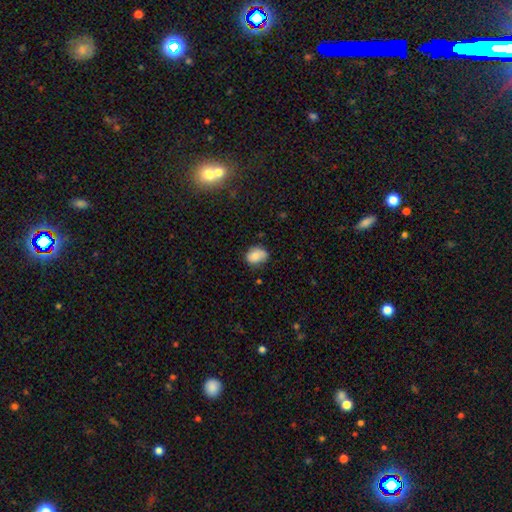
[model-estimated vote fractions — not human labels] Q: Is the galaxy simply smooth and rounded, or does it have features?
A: smooth — 77%.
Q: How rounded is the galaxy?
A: in between — 59%.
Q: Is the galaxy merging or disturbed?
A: none — 62%.